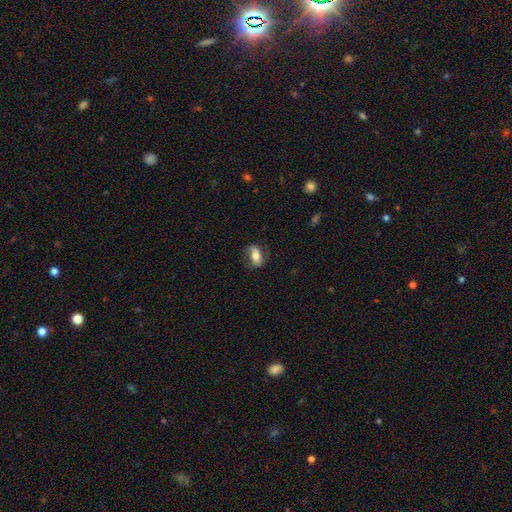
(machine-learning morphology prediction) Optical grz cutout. It shows a smooth galaxy with no disk features (60%) that is in between round and cigar-shaped (84%). Merging: none (71%).